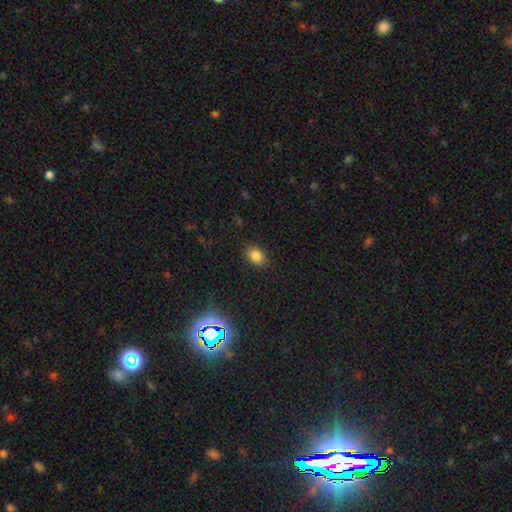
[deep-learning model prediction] Morphology: type=smooth (82%); roundness=in between (64%); merging=none (86%).